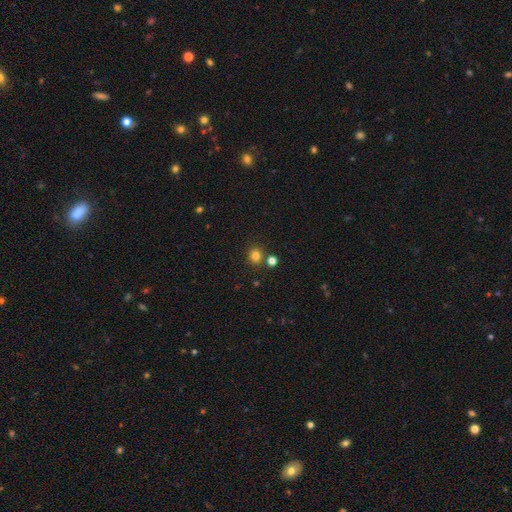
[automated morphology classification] This appears to be a smooth galaxy with no disk features (80%) that is round (81%). Merging: none (77%).